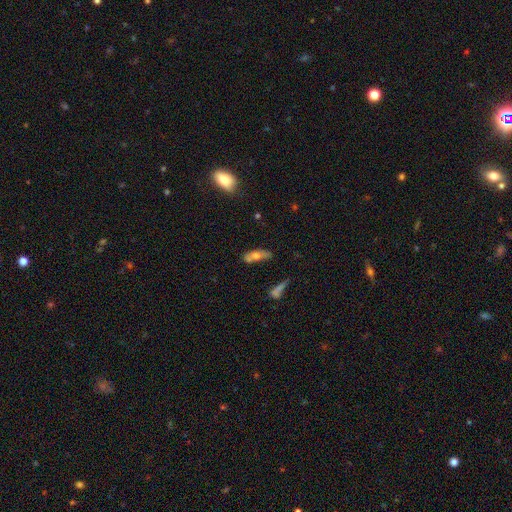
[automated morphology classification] A smooth galaxy with no disk features (57%) that is in between round and cigar-shaped (55%).

Vote fractions:
- Smooth or featured? smooth: 57% / featured or disk: 34% / star or artifact: 9%
- How rounded? in between: 55% / cigar-shaped: 41% / round: 4%
- Merging? none: 55% / minor disturbance: 22% / merger: 15% / major disturbance: 8%